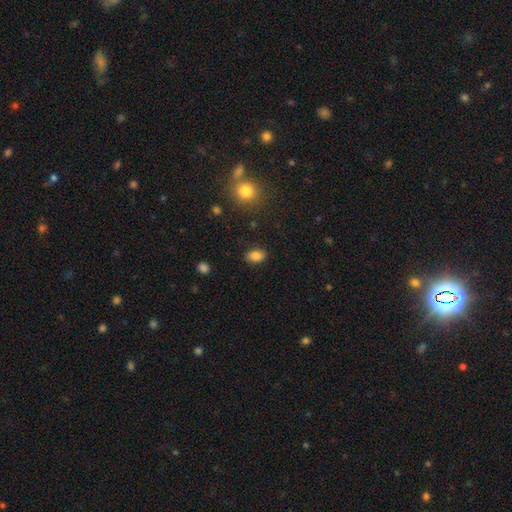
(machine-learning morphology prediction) smooth_or_featured: smooth (p=0.84) [alt: star or artifact p=0.10]
how_rounded: in between (p=0.87) [alt: round p=0.12]
merging: none (p=0.86) [alt: minor disturbance p=0.10]